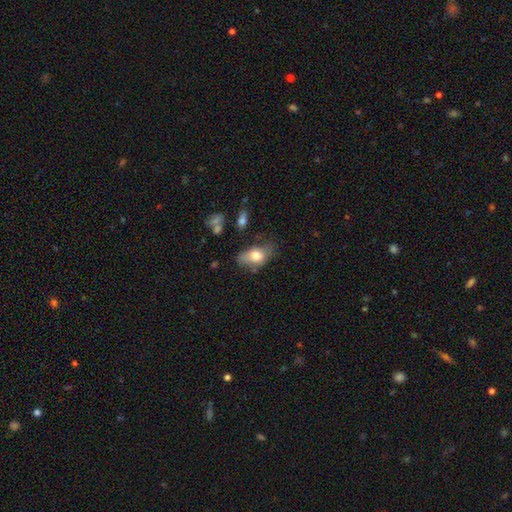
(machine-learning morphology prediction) Smooth or featured?
  - smooth: 74% *
  - featured or disk: 18%
  - star or artifact: 8%
How rounded?
  - in between: 85% *
  - round: 13%
  - cigar-shaped: 3%
Merging?
  - none: 49% *
  - minor disturbance: 34%
  - major disturbance: 13%
  - merger: 4%